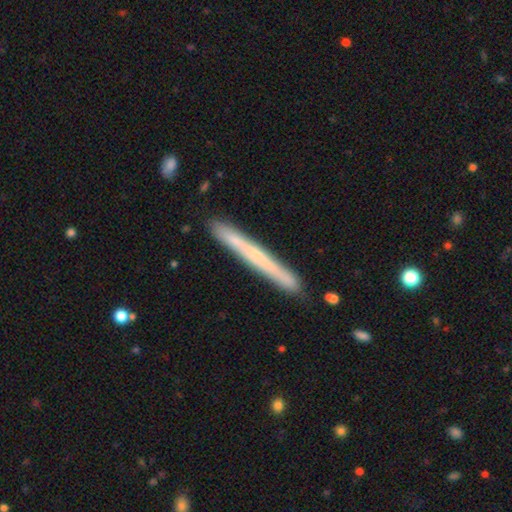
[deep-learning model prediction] Overall: smooth (50%; featured or disk 43%). How rounded: cigar-shaped (97%). Merging: none (89%).